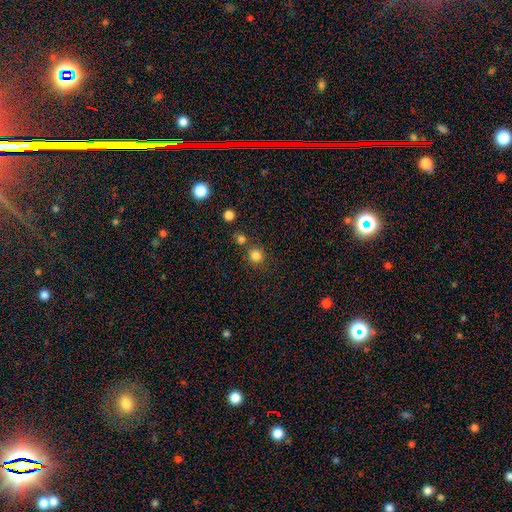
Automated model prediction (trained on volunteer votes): smooth 81%, star or artifact 14%, featured or disk 5%. Down the decision tree: how rounded — round (91%); merging — none (76%).